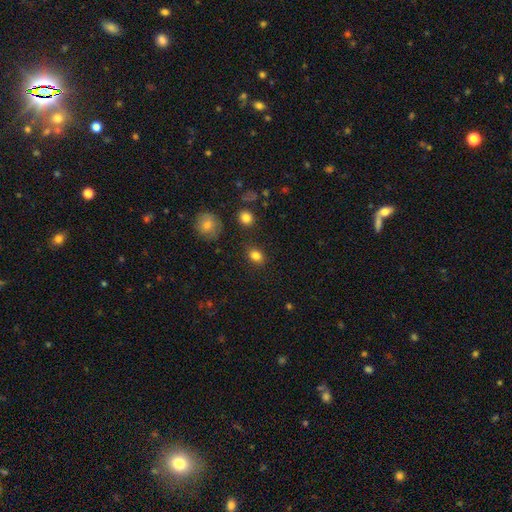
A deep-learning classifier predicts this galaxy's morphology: A smooth galaxy with no disk features (84%) that is in between round and cigar-shaped (59%). Merging: none (84%).